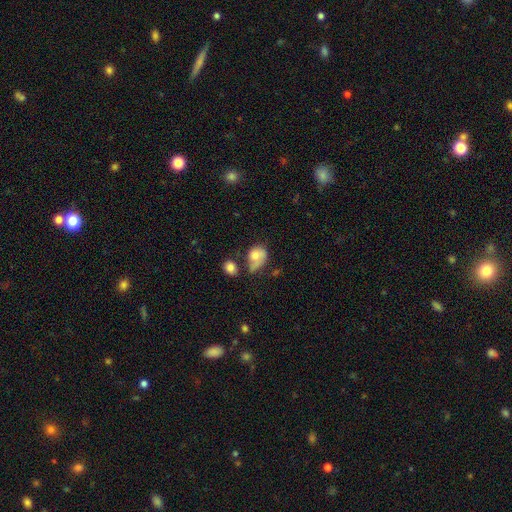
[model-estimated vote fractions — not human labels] Morphology: type=smooth (70%); roundness=in between (61%); merging=major disturbance (28%, tied with minor disturbance).